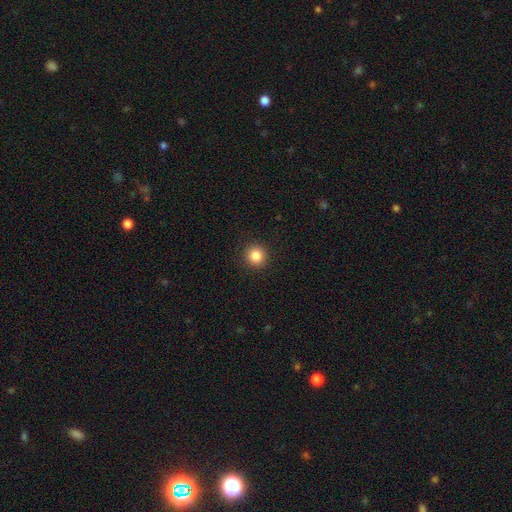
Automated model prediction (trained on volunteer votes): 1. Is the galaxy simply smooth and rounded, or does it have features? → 84% smooth, 11% star or artifact, 5% featured or disk.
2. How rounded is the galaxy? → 94% round, 5% in between, 1% cigar-shaped.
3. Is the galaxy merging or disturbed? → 92% none, 5% minor disturbance, 2% major disturbance, 1% merger.